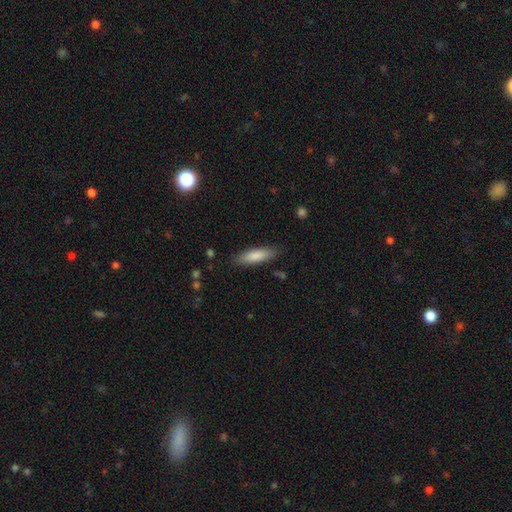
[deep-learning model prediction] A smooth galaxy with no disk features (83%) that is cigar-shaped (63%).

Vote fractions:
- Smooth or featured? smooth: 83% / featured or disk: 11% / star or artifact: 6%
- How rounded? cigar-shaped: 63% / in between: 36% / round: 1%
- Merging? none: 86% / minor disturbance: 10% / major disturbance: 2% / merger: 1%